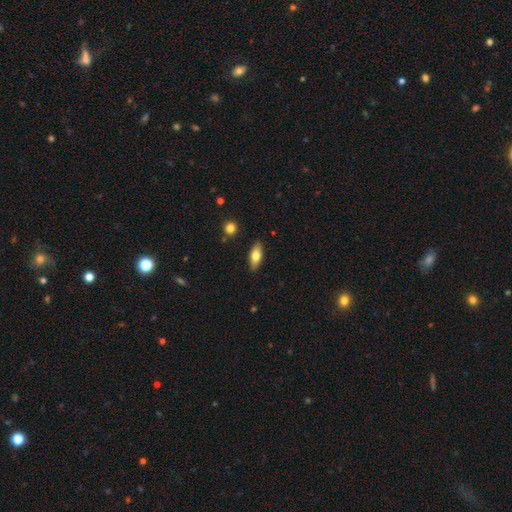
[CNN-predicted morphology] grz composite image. It shows a smooth galaxy with no disk features (71%) that is in between round and cigar-shaped (74%). Merging: none (87%).